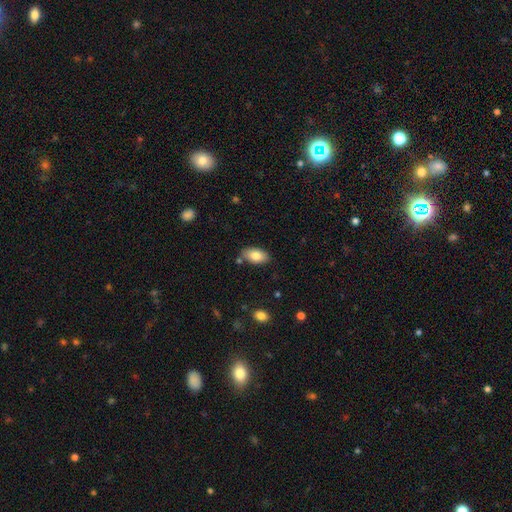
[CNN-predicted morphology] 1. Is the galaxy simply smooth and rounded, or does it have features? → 82% smooth, 11% featured or disk, 7% star or artifact.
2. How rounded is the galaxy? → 94% in between, 4% round, 2% cigar-shaped.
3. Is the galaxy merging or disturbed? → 80% none, 13% minor disturbance, 5% merger, 3% major disturbance.